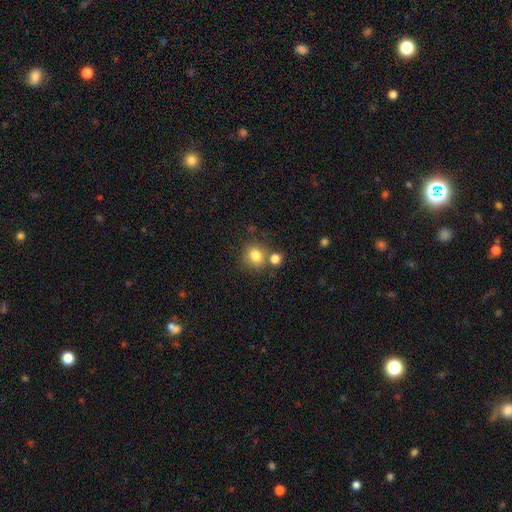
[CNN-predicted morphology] A smooth galaxy with no disk features (80%) that is round (80%). Merging: none (68%).